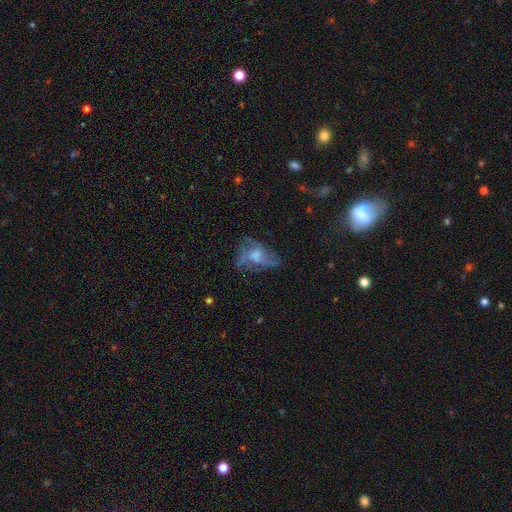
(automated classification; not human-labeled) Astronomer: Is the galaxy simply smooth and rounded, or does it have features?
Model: featured or disk — 51% (runner-up: smooth, 35%).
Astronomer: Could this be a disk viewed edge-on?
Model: no — 93%.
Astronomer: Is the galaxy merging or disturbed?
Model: none — 40% (runner-up: major disturbance, 35%).